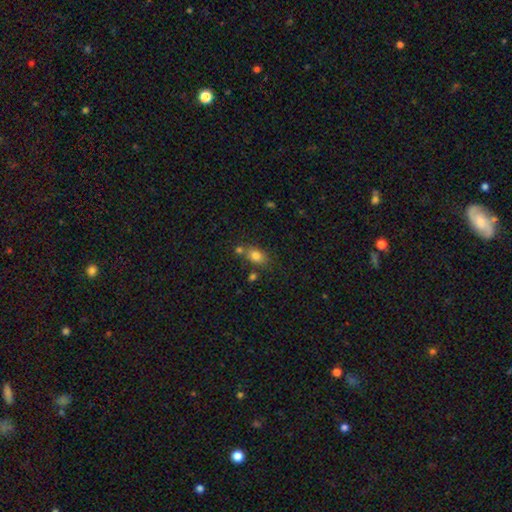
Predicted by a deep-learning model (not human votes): Smooth or featured: smooth — 80% (star or artifact — 11%)
How rounded: in between — 74% (round — 24%)
Merging: none — 61% (merger — 19%)